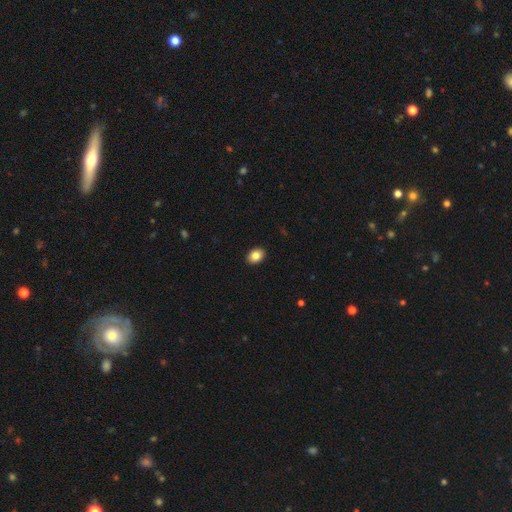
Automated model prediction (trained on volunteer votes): Smooth or featured? Predicted: smooth (p=0.85). How rounded? Predicted: in between (p=0.74). Merging? Predicted: none (p=0.91).